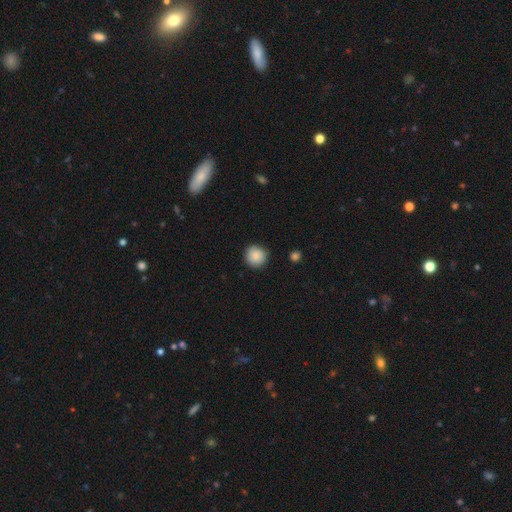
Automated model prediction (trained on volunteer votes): The model was most divided on "smooth or featured": smooth: 89%, star or artifact: 8%, featured or disk: 3%. More confident: how rounded — round (94%); merging — none (89%).